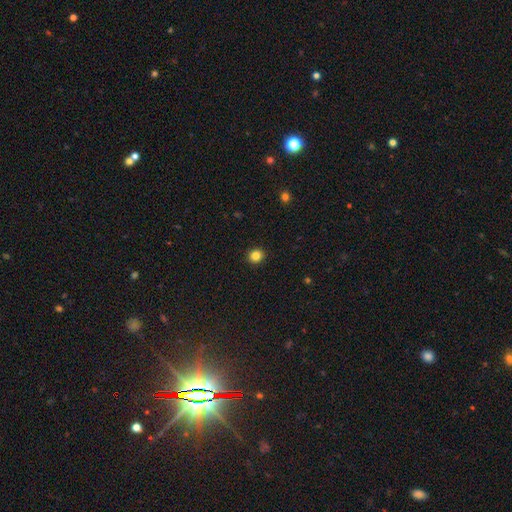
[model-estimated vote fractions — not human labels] This is clearly a smooth galaxy (84%). How rounded: clearly round (84%). Merging: clearly none (92%).